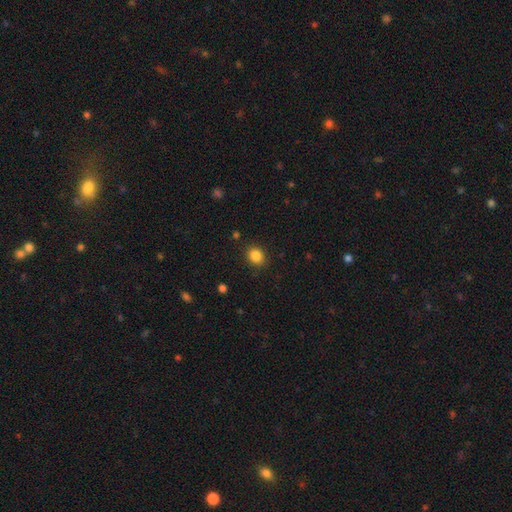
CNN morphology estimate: Q: Smooth or featured?
A: smooth (86%); runner-up: star or artifact (10%)
Q: How rounded?
A: round (58%); runner-up: in between (41%)
Q: Merging?
A: none (88%); runner-up: minor disturbance (8%)